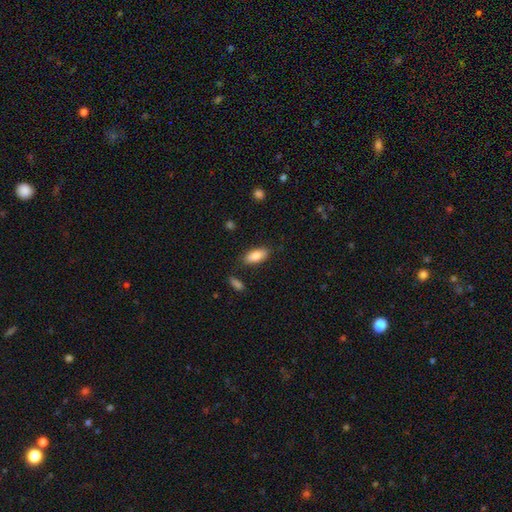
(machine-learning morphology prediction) Q: Smooth or featured?
A: smooth (84%); runner-up: featured or disk (10%)
Q: How rounded?
A: in between (85%); runner-up: cigar-shaped (13%)
Q: Merging?
A: none (81%); runner-up: minor disturbance (13%)